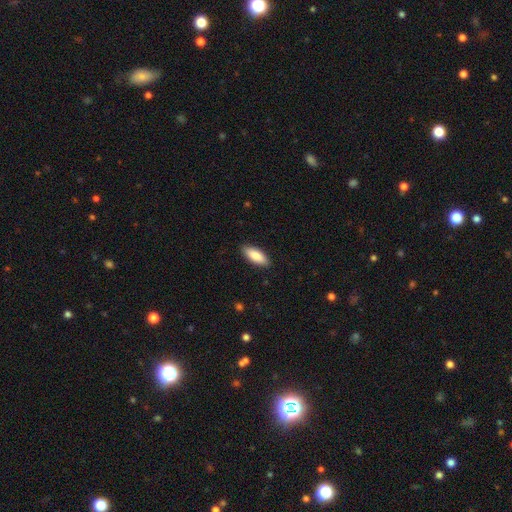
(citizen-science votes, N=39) Overall: smooth (95%). How rounded: in between (81%). Merging: none (95%).